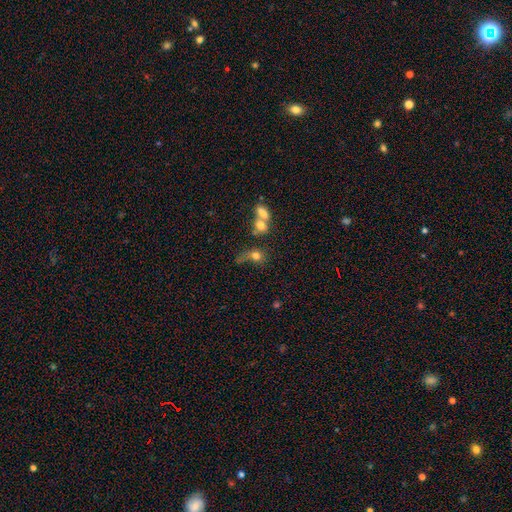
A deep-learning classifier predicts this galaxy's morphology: Smooth or featured?
  - smooth: 74% *
  - featured or disk: 14%
  - star or artifact: 13%
How rounded?
  - round: 60% *
  - in between: 37%
  - cigar-shaped: 3%
Merging?
  - merger: 33% *
  - none: 30%
  - major disturbance: 22%
  - minor disturbance: 16%